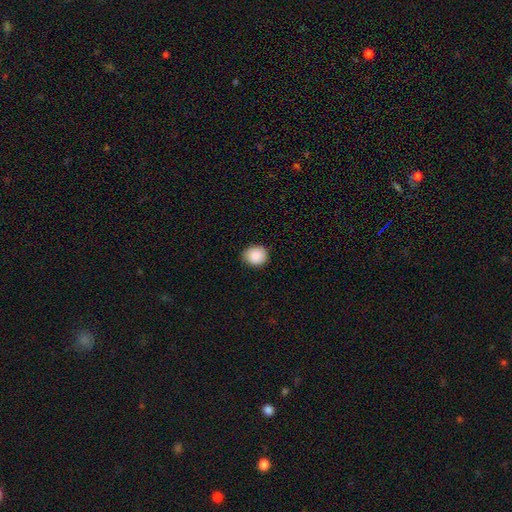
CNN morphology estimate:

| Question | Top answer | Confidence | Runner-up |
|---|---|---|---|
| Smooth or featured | smooth | 88% | star or artifact (8%) |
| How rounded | round | 79% | in between (20%) |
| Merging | none | 86% | minor disturbance (11%) |